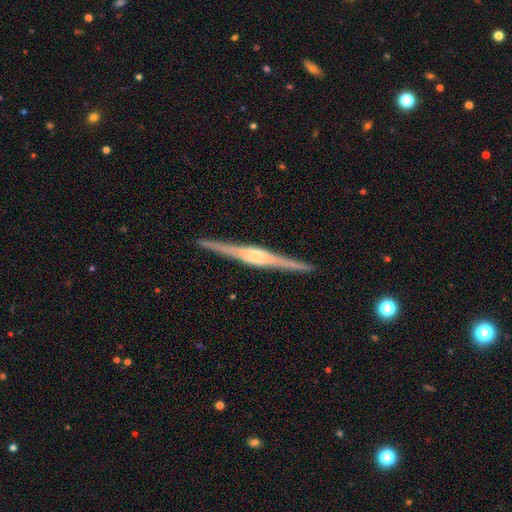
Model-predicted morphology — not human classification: type=featured or disk (87%); edge-on=yes (98%); edge-on bulge=rounded (52%); merging=none (92%).